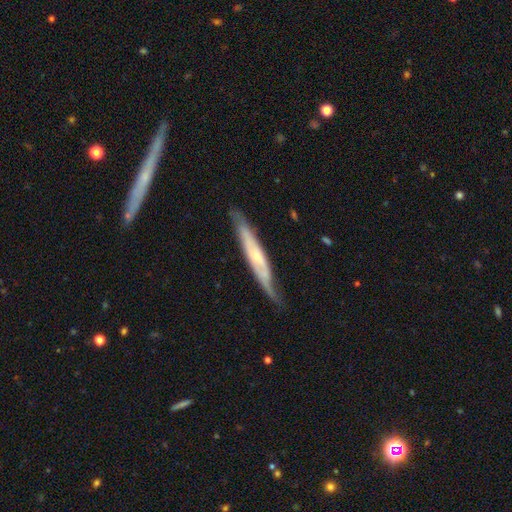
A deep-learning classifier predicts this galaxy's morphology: Q: Smooth or featured?
A: featured or disk (70%); runner-up: smooth (25%)
Q: Edge-on disk?
A: yes (64%); runner-up: no (36%)
Q: Merging?
A: none (70%); runner-up: minor disturbance (23%)